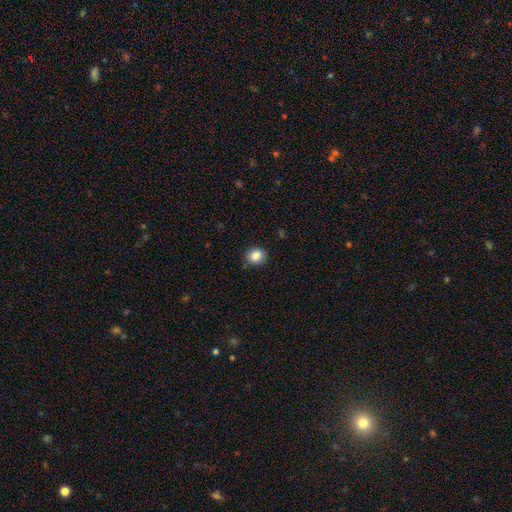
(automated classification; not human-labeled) smooth_or_featured: smooth (p=0.85) [alt: star or artifact p=0.09]
how_rounded: round (p=0.78) [alt: in between p=0.21]
merging: none (p=0.87) [alt: minor disturbance p=0.09]